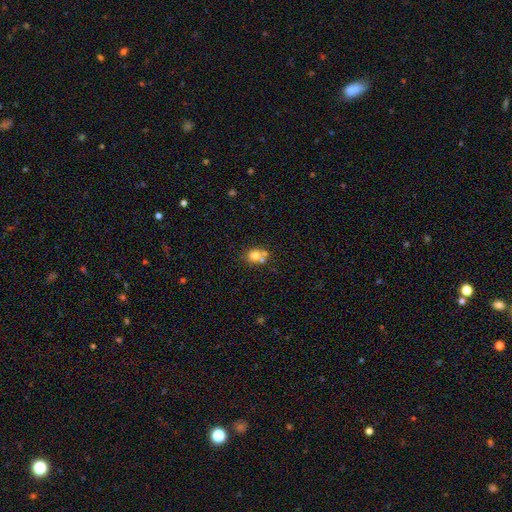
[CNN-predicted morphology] Overall: smooth (73%). How rounded: round (71%). Merging: none (47%; merger 39%).